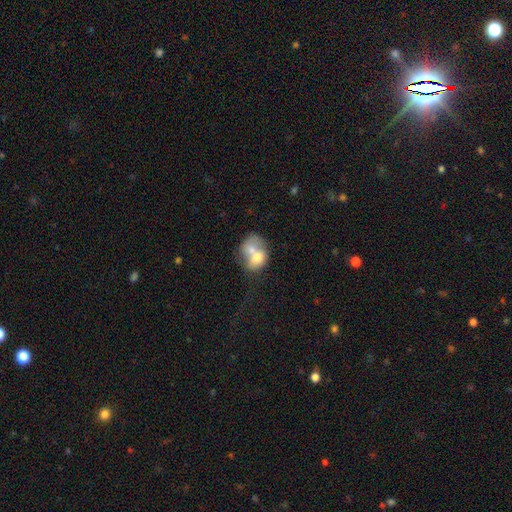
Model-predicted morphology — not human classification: A smooth galaxy with no disk features (63%) that is in between round and cigar-shaped (54%).

Vote fractions:
- Smooth or featured? smooth: 63% / featured or disk: 30% / star or artifact: 7%
- How rounded? in between: 54% / round: 45% / cigar-shaped: 1%
- Merging? merger: 74% / none: 13% / minor disturbance: 7% / major disturbance: 6%